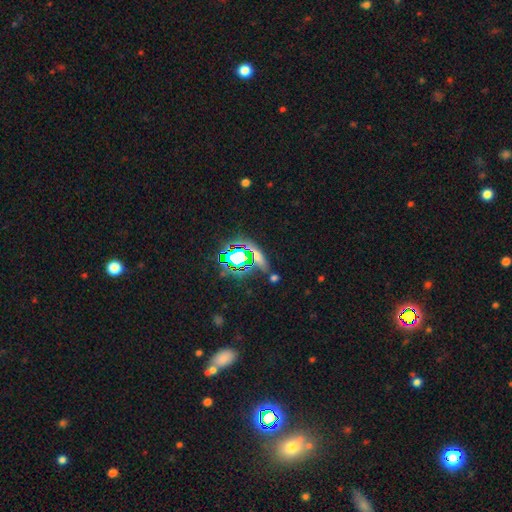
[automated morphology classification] star or artifact 54%, smooth 31%, featured or disk 16%.